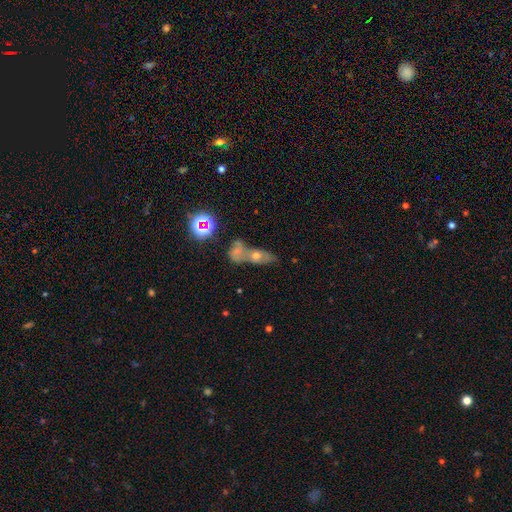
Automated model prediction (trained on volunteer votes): The model was most divided on "smooth or featured": featured or disk: 36%, smooth: 35%, star or artifact: 30%. Remaining: merging — merger (44%).